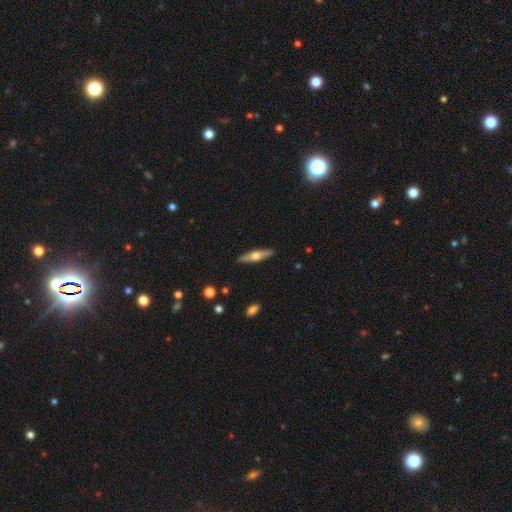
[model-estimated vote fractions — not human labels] featured or disk 54%, smooth 40%, star or artifact 6%. Down the decision tree: edge-on disk — yes (91%); merging — none (91%).